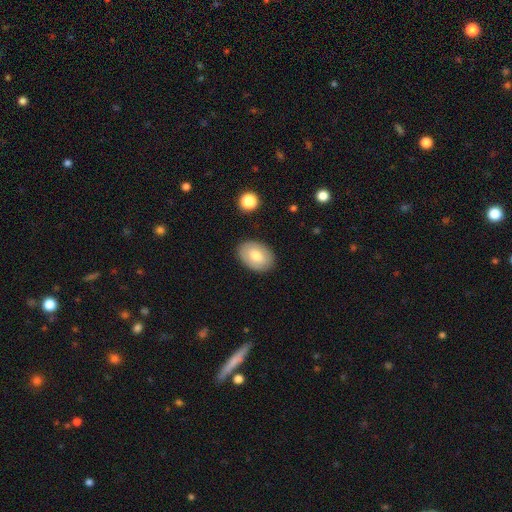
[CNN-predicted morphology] type=smooth (71%); roundness=in between (83%); merging=none (87%).